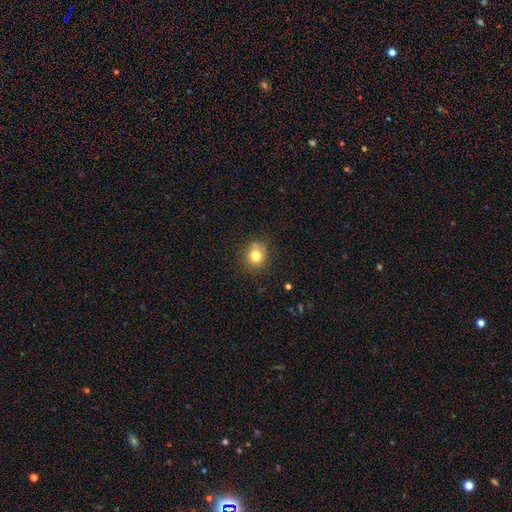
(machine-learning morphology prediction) A smooth galaxy with no disk features (77%) that is round (85%). Merging: none (77%).